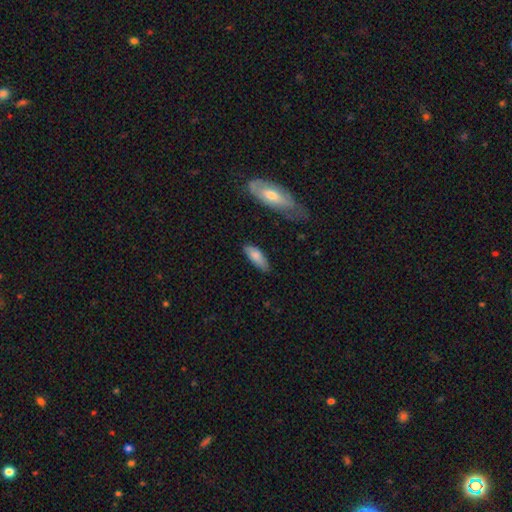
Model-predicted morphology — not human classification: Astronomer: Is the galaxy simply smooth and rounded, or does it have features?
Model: smooth — 79%.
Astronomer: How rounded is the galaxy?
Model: in between — 71%.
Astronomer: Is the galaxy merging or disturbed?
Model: none — 70%.